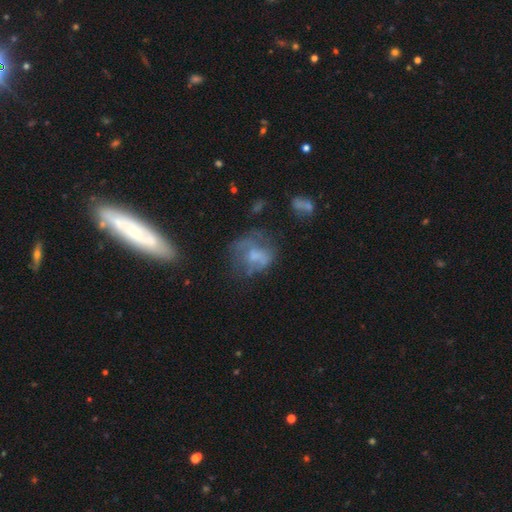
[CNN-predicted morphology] This appears to be a featured or disk galaxy (45%). Merging: none (39%).